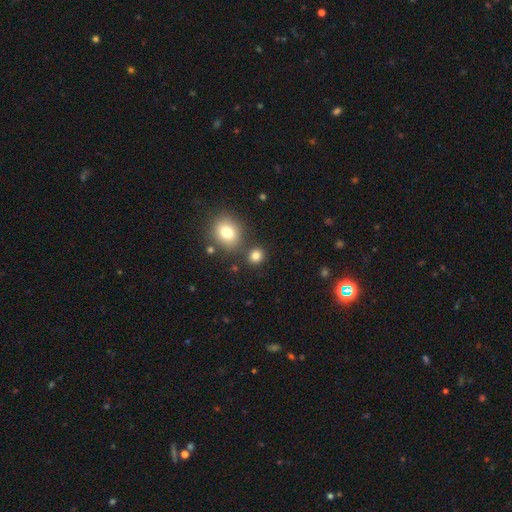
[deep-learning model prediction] A smooth galaxy with no disk features (81%) that is round (77%).

Vote fractions:
- Smooth or featured? smooth: 81% / star or artifact: 14% / featured or disk: 6%
- How rounded? round: 77% / in between: 21% / cigar-shaped: 1%
- Merging? none: 79% / merger: 9% / minor disturbance: 9% / major disturbance: 3%